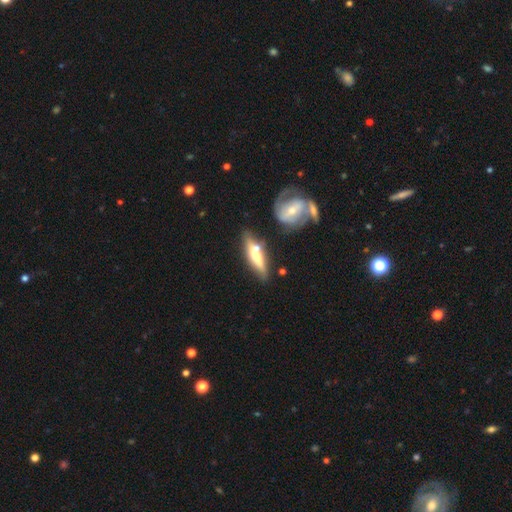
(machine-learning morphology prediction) Overall: featured or disk (49%; smooth 45%). Merging: none (63%).